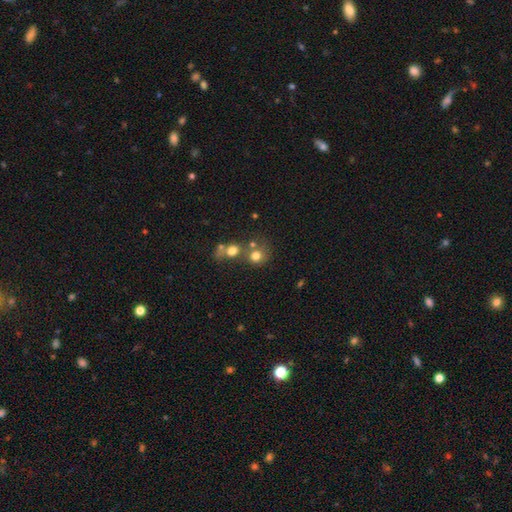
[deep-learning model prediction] Overall: smooth (72%). How rounded: round (80%). Merging: merger (43%; none 42%).